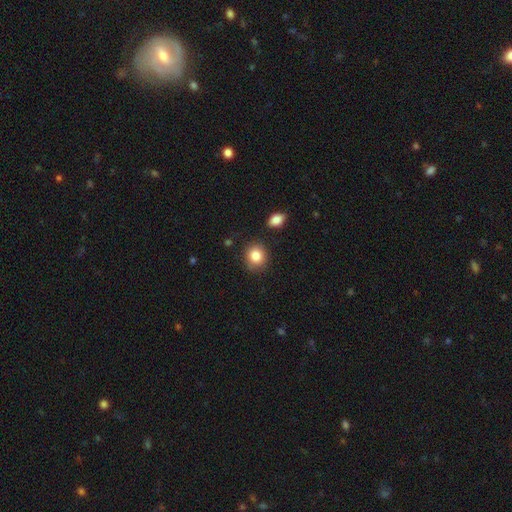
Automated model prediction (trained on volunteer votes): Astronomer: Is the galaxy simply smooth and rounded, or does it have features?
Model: smooth — 85%.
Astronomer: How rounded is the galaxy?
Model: round — 73%.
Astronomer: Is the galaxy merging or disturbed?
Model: none — 83%.